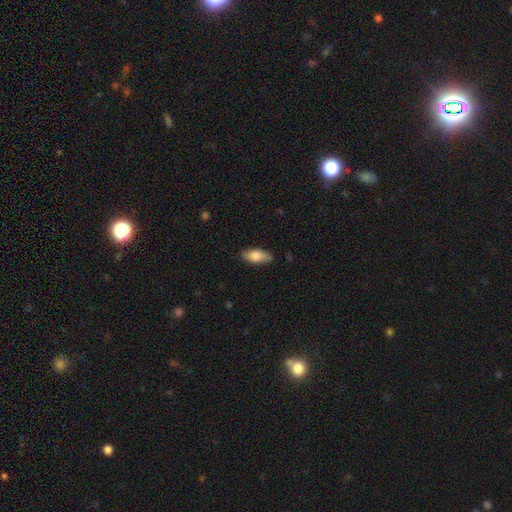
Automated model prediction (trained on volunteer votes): smooth_or_featured: smooth (p=0.83) [alt: featured or disk p=0.11]
how_rounded: in between (p=0.85) [alt: cigar-shaped p=0.13]
merging: none (p=0.84) [alt: minor disturbance p=0.13]